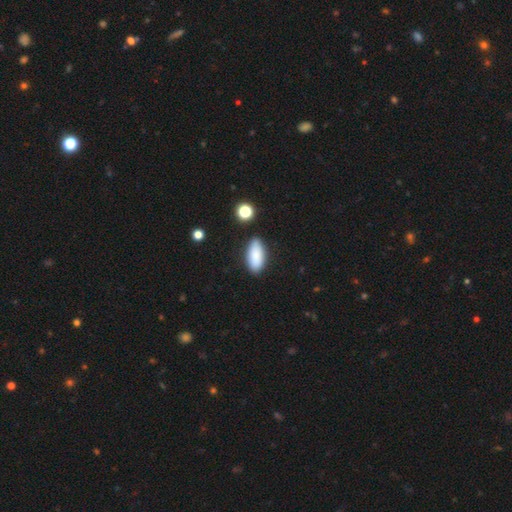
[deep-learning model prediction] smooth-or-featured: smooth: 87% | star or artifact: 7% | featured or disk: 6%
  how-rounded: in between: 86% | cigar-shaped: 12% | round: 2%
  merging: none: 84% | minor disturbance: 11% | major disturbance: 3% | merger: 2%